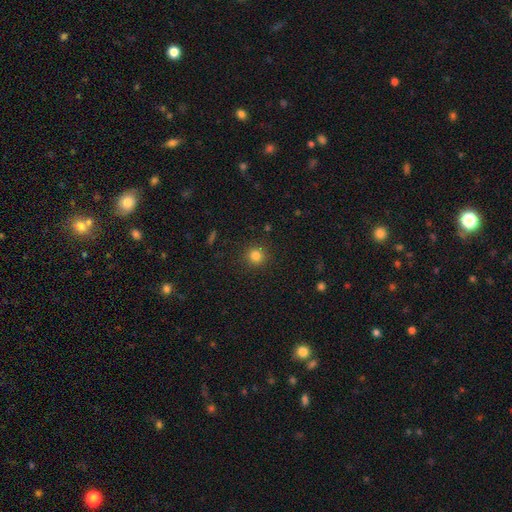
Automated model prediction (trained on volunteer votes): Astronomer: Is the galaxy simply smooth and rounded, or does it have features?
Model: smooth — 82%.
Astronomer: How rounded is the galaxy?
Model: round — 93%.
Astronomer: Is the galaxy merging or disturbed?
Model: none — 90%.